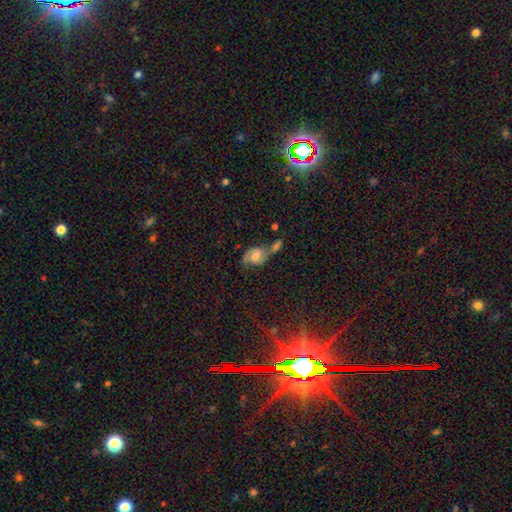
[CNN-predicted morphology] Overall: featured or disk (60%; smooth 27%). Edge-on disk: no (96%). Bar: no (57%; weak 35%). Spiral arms: yes (87%). Spiral arm count: 2 (86%). Spiral winding: medium (43%; loose 40%). Bulge size: moderate (50%; small 27%). Merging: merger (39%; none 32%).